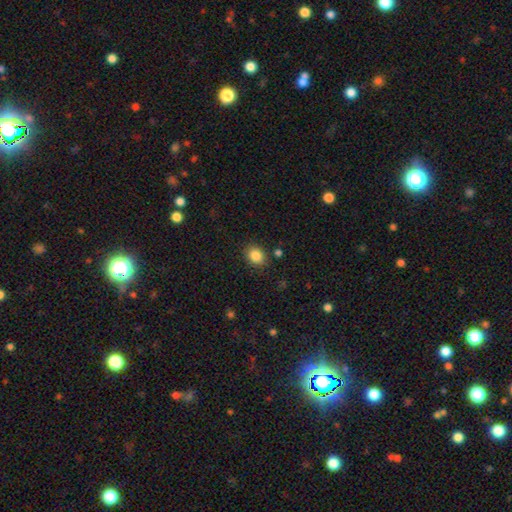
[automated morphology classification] A smooth galaxy with no disk features (86%) that is round (56%). Merging: none (86%).